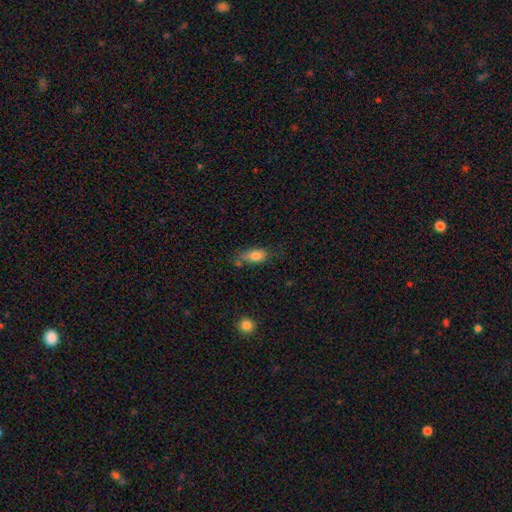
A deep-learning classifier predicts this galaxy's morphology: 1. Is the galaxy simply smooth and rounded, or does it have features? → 80% smooth, 11% featured or disk, 9% star or artifact.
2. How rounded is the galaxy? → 82% in between, 9% cigar-shaped, 9% round.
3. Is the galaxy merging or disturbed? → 45% none, 30% minor disturbance, 13% major disturbance, 11% merger.